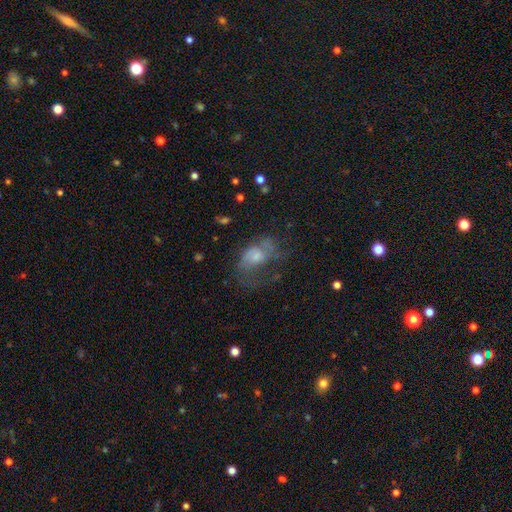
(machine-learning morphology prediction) A featured or disk galaxy (49%). Merging: major disturbance (41%).